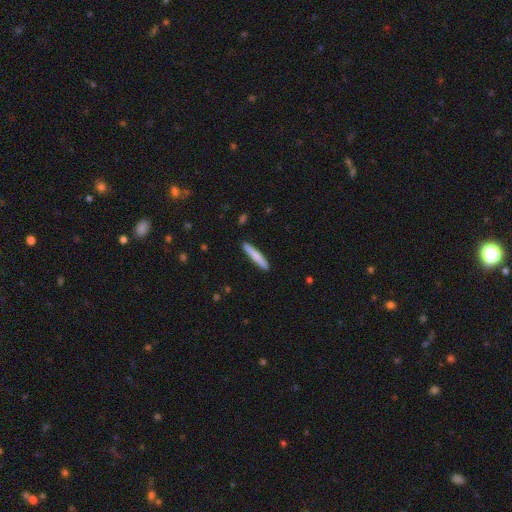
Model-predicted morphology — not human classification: smooth 77%, featured or disk 18%, star or artifact 5%. Down the decision tree: how rounded — cigar-shaped (94%); merging — none (90%).